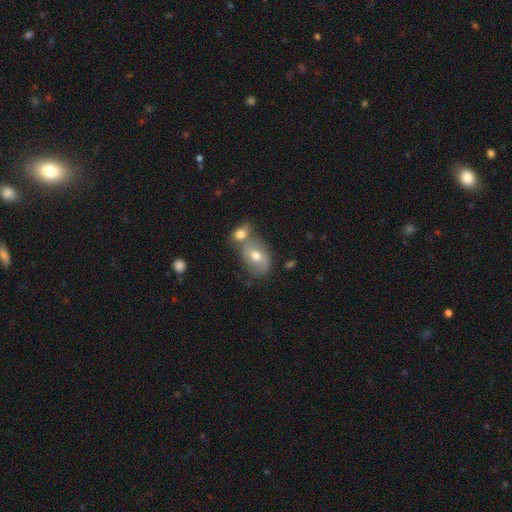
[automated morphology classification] Smooth or featured? Predicted: smooth (p=0.47). Merging? Predicted: merger (p=0.43).